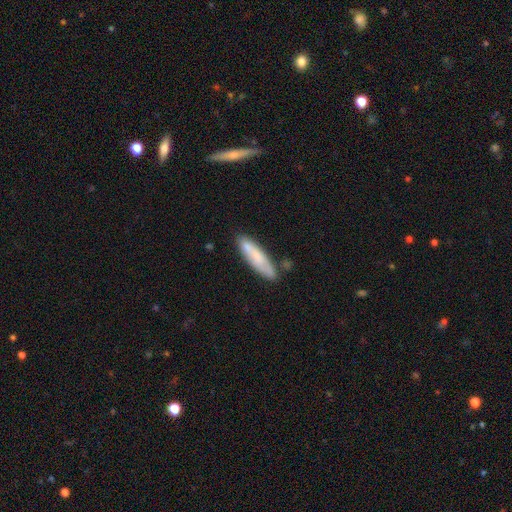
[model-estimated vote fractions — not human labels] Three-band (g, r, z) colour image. It shows a smooth galaxy with no disk features (67%) that is cigar-shaped (75%). Merging: none (71%).